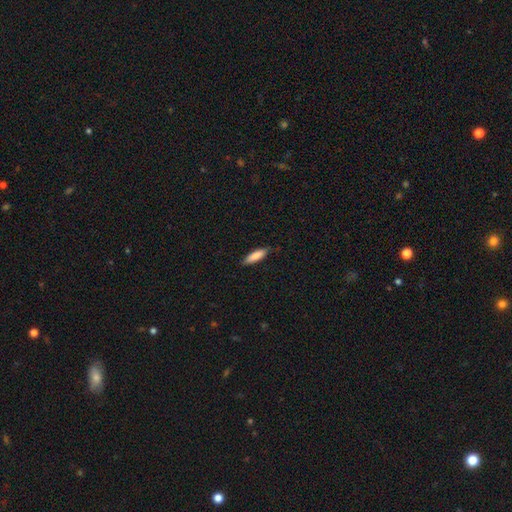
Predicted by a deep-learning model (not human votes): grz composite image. It shows a smooth galaxy with no disk features (84%) that is cigar-shaped (57%). Merging: none (80%).